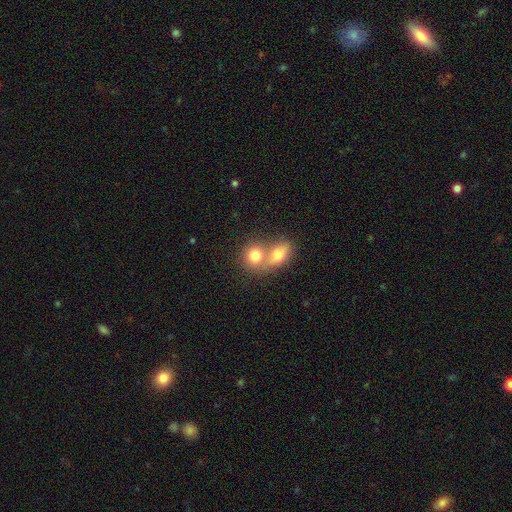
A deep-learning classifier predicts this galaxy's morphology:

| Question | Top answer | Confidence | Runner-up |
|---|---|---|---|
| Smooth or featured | smooth | 78% | featured or disk (14%) |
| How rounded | round | 65% | in between (33%) |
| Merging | merger | 61% | none (29%) |